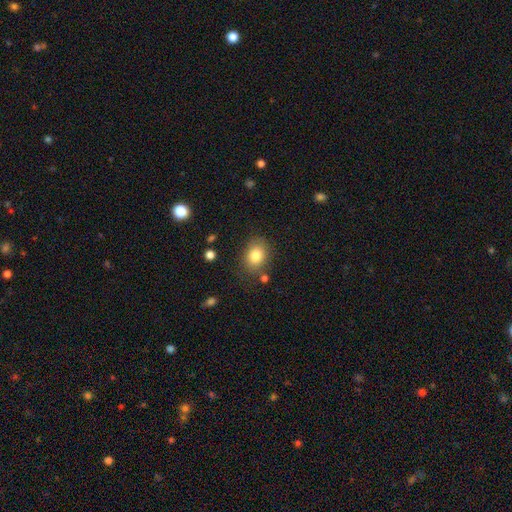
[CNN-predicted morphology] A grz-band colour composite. It shows a smooth galaxy with no disk features (81%) that is in between round and cigar-shaped (59%). Merging: none (79%).